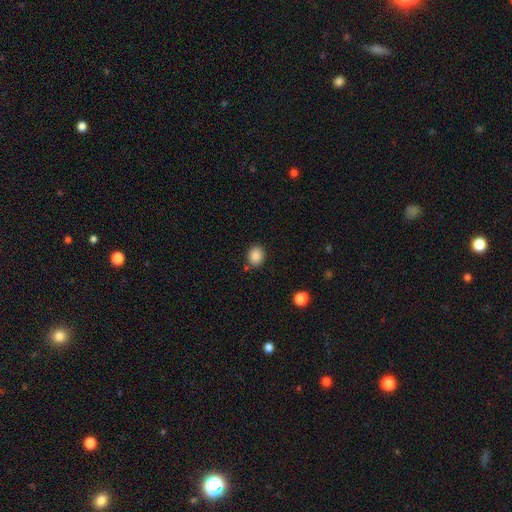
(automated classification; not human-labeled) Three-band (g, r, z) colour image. It shows a smooth galaxy with no disk features (85%) that is round (64%). Merging: none (84%).